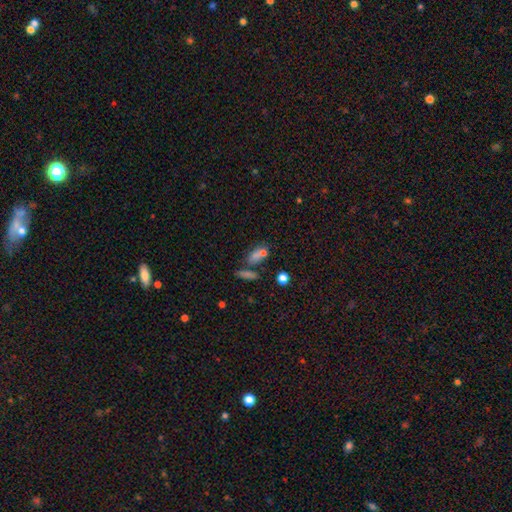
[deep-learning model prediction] Q: Smooth or featured?
A: smooth (63%); runner-up: star or artifact (22%)
Q: How rounded?
A: in between (65%); runner-up: round (23%)
Q: Merging?
A: none (50%); runner-up: merger (30%)